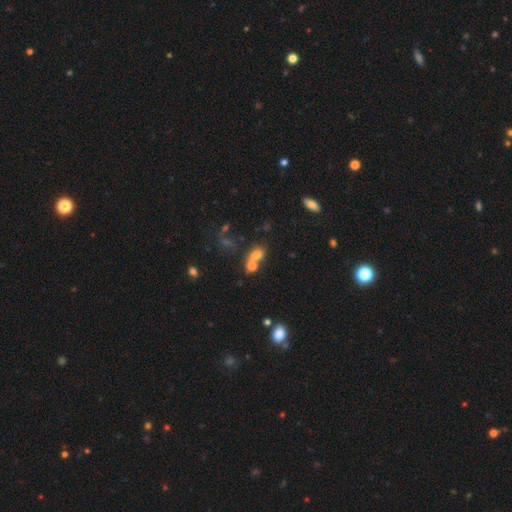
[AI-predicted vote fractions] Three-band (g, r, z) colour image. It shows a smooth galaxy with no disk features (70%) that is in between round and cigar-shaped (67%). Merging: merger (49%).